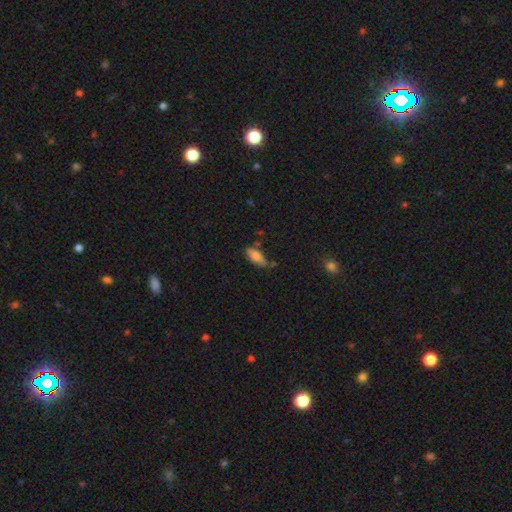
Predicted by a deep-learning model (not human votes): A smooth galaxy with no disk features (79%) that is in between round and cigar-shaped (81%).

Vote fractions:
- Smooth or featured? smooth: 79% / featured or disk: 13% / star or artifact: 8%
- How rounded? in between: 81% / cigar-shaped: 16% / round: 2%
- Merging? none: 52% / minor disturbance: 32% / major disturbance: 8% / merger: 8%